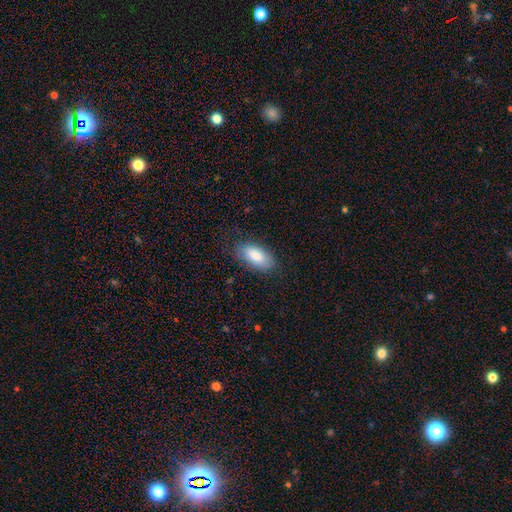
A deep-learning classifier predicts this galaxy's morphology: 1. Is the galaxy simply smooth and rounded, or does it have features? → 83% smooth, 11% featured or disk, 6% star or artifact.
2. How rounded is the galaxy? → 91% in between, 6% cigar-shaped, 2% round.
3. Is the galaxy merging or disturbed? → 77% none, 17% minor disturbance, 5% major disturbance, 1% merger.